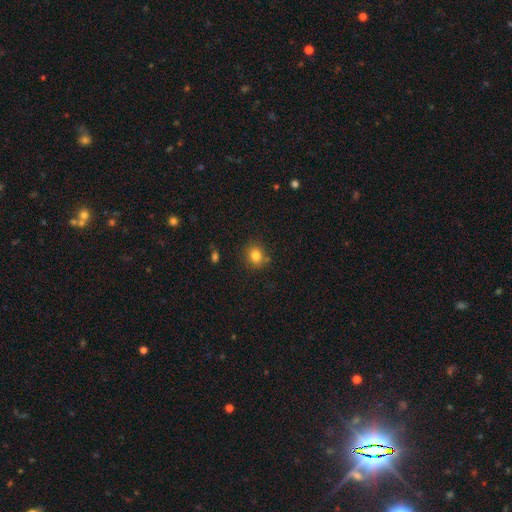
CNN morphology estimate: Q: Smooth or featured?
A: smooth (82%); runner-up: star or artifact (12%)
Q: How rounded?
A: round (75%); runner-up: in between (24%)
Q: Merging?
A: none (81%); runner-up: minor disturbance (12%)